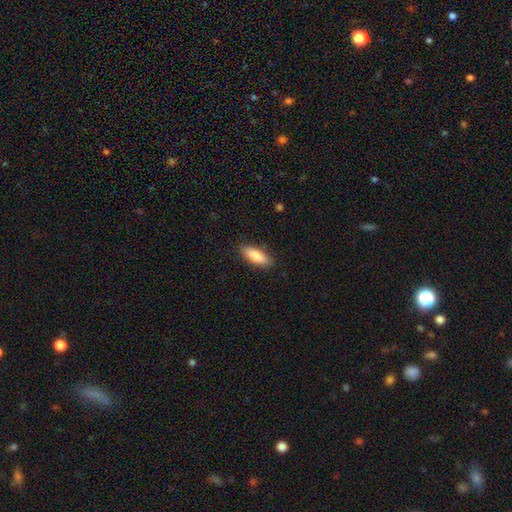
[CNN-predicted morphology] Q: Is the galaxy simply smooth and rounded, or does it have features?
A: smooth — 85%.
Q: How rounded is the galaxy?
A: in between — 65%.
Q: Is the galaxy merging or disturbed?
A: none — 87%.